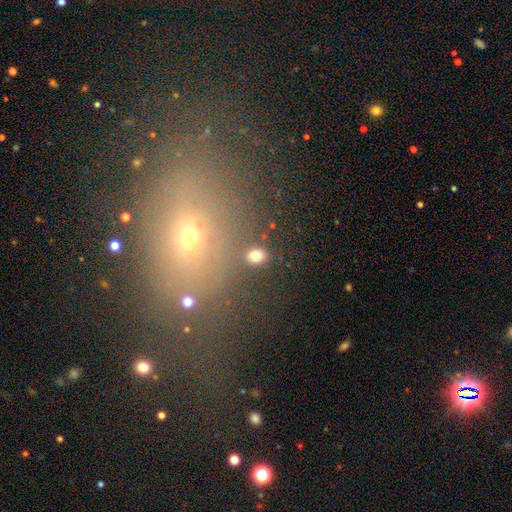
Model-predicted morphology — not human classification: This appears to be a smooth galaxy with no disk features (79%) that is in between round and cigar-shaped (52%). Merging: none (84%).